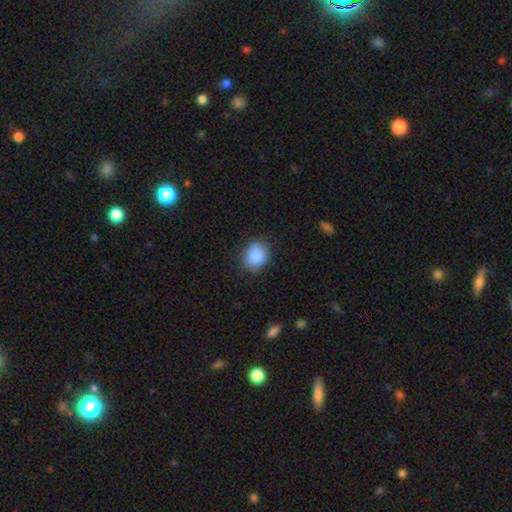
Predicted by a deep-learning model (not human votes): Smooth or featured: smooth — 87% (star or artifact — 8%)
How rounded: round — 62% (in between — 37%)
Merging: none — 76% (minor disturbance — 18%)